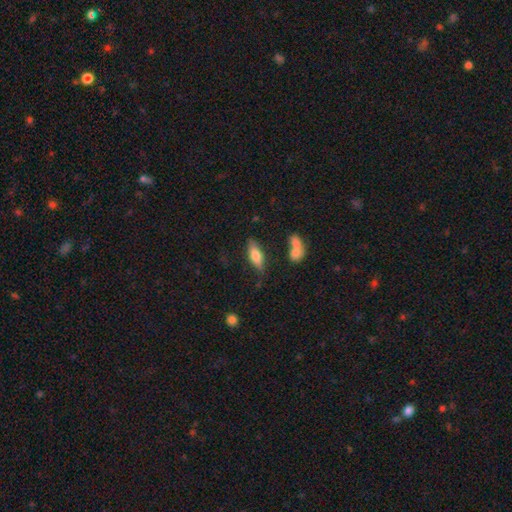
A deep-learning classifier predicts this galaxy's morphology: Smooth or featured? Predicted: smooth (p=0.66). How rounded? Predicted: in between (p=0.63). Merging? Predicted: none (p=0.74).